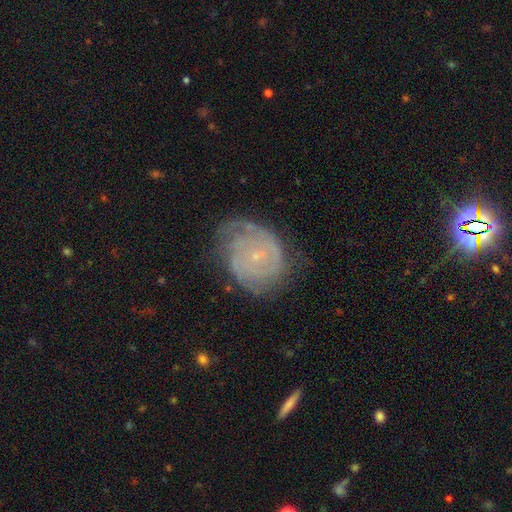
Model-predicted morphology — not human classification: smooth-or-featured: featured or disk: 79% | smooth: 13% | star or artifact: 8%
  disk-edge-on: no: 98% | yes: 2%
    bar: no: 75% | weak: 22% | strong: 4%
    has-spiral-arms: yes: 94% | no: 6%
      spiral-winding: tight: 70% | medium: 24% | loose: 6%
      spiral-arm-count: can't tell: 34% | 2: 29% | 3: 17% | 4: 8% | 1: 7% | more than 4: 6%
    bulge-size: small: 84% | moderate: 10% | none: 4% | large: 1% | dominant: 1%
  merging: none: 65% | minor disturbance: 23% | major disturbance: 10% | merger: 1%